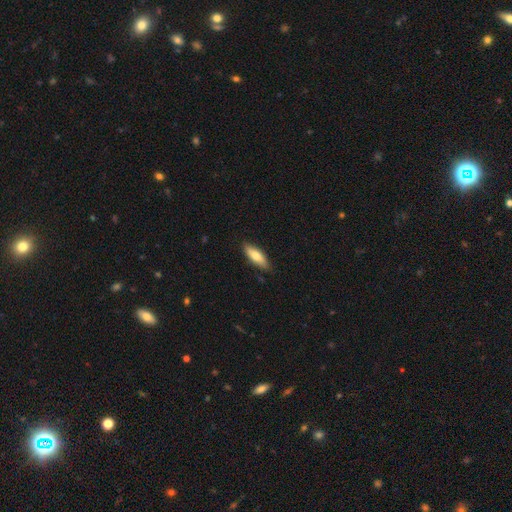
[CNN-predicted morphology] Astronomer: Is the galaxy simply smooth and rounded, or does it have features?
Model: smooth — 72%.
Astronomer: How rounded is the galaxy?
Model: in between — 58% (runner-up: cigar-shaped, 39%).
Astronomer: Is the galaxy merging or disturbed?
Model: none — 83%.